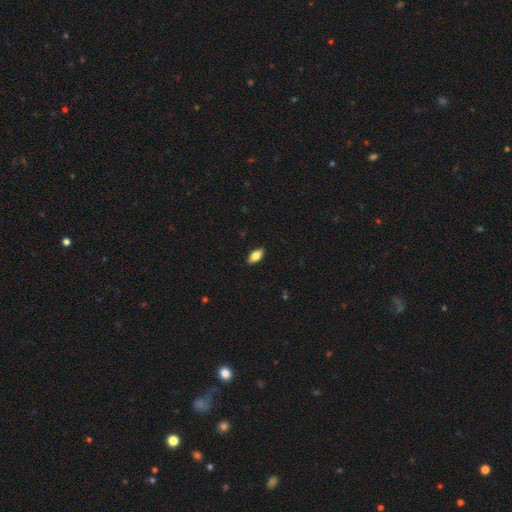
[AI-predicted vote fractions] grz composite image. It shows a smooth galaxy with no disk features (81%) that is in between round and cigar-shaped (91%). Merging: none (90%).